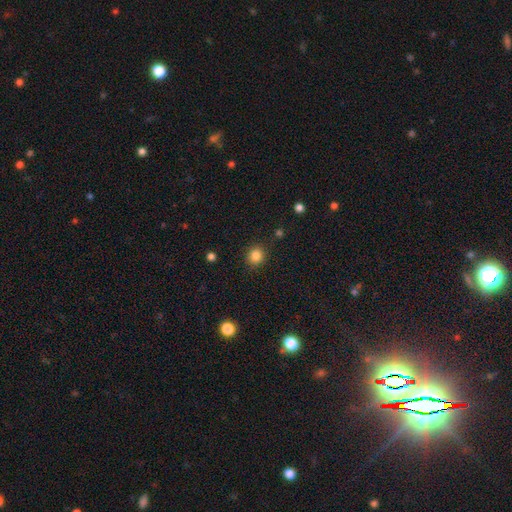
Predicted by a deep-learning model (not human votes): A smooth galaxy with no disk features (85%) that is round (87%).

Vote fractions:
- Smooth or featured? smooth: 85% / star or artifact: 11% / featured or disk: 4%
- How rounded? round: 87% / in between: 12% / cigar-shaped: 1%
- Merging? none: 88% / minor disturbance: 7% / major disturbance: 3% / merger: 2%